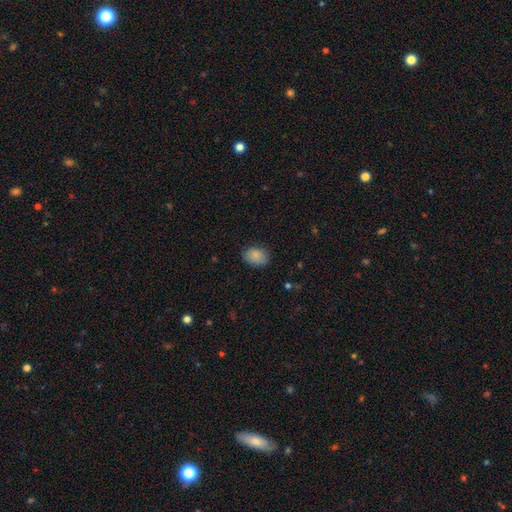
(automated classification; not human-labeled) smooth 86%, star or artifact 8%, featured or disk 6%. Down the decision tree: how rounded — in between (74%); merging — none (81%).